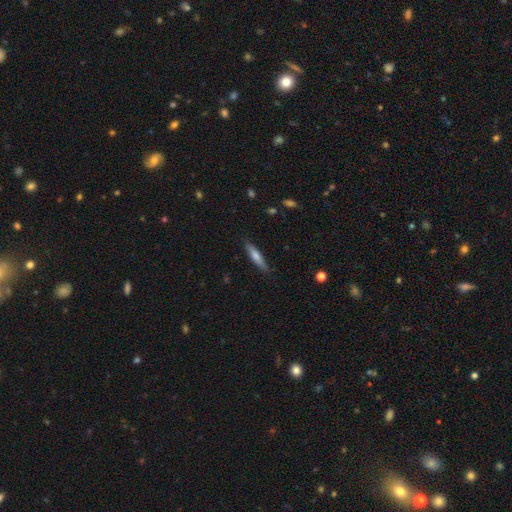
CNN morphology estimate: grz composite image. It shows a smooth galaxy with no disk features (54%) that is cigar-shaped (87%). Merging: none (86%).